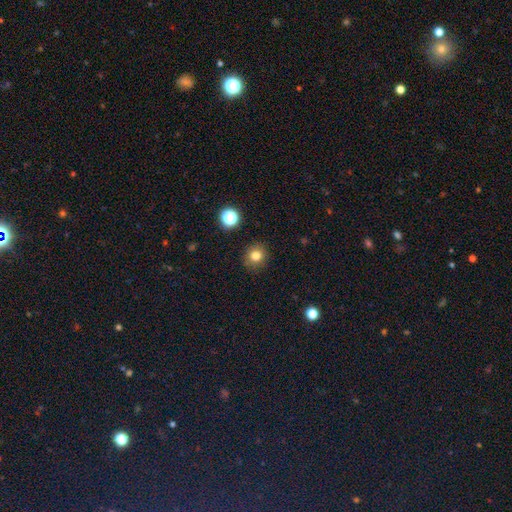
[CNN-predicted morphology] smooth_or_featured: smooth (p=0.80) [alt: star or artifact p=0.14]
how_rounded: round (p=0.89) [alt: in between p=0.10]
merging: none (p=0.89) [alt: minor disturbance p=0.07]